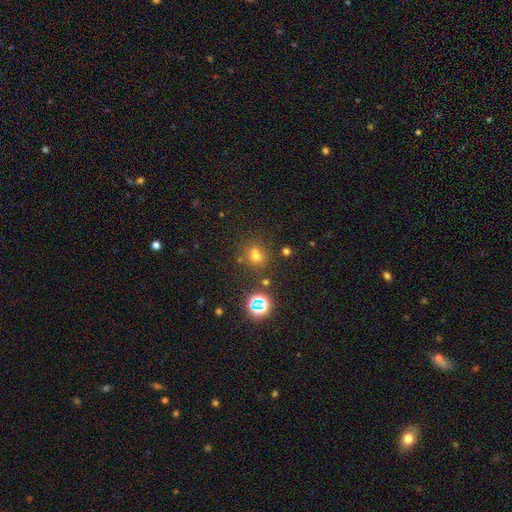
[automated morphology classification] A smooth galaxy with no disk features (58%) that is round (82%). Merging: none (60%).